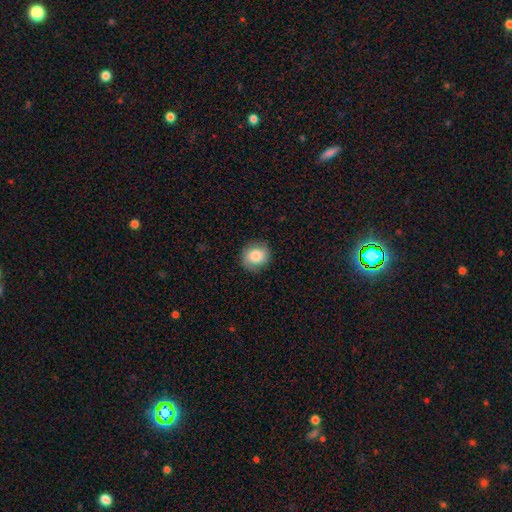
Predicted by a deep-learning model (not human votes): A smooth galaxy with no disk features (82%) that is round (82%).

Vote fractions:
- Smooth or featured? smooth: 82% / featured or disk: 11% / star or artifact: 8%
- How rounded? round: 82% / in between: 17% / cigar-shaped: 1%
- Merging? none: 83% / minor disturbance: 13% / major disturbance: 3% / merger: 1%